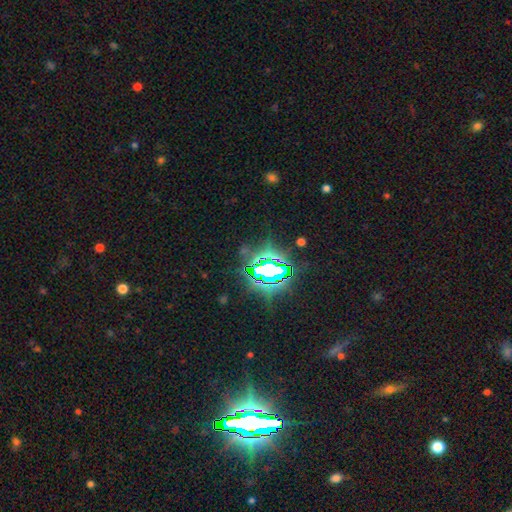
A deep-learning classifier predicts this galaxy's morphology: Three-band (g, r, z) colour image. It shows a star or artifact, not a galaxy (85%).